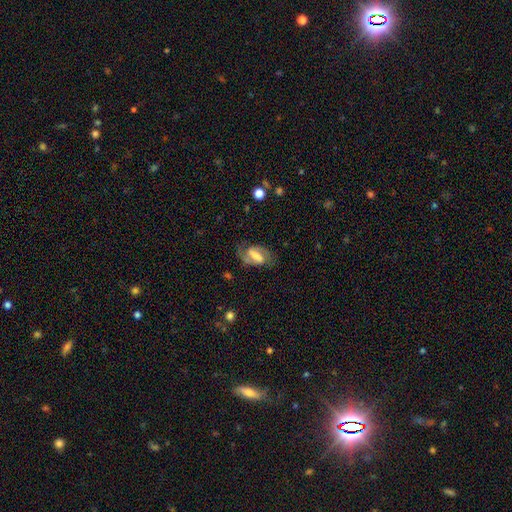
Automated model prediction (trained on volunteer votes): Q: Smooth or featured?
A: featured or disk (71%); runner-up: smooth (22%)
Q: Edge-on disk?
A: no (95%); runner-up: yes (5%)
Q: Bar?
A: strong (54%); runner-up: weak (34%)
Q: Spiral arms?
A: yes (89%); runner-up: no (11%)
Q: Spiral winding?
A: medium (51%); runner-up: tight (26%)
Q: Spiral arm count?
A: 2 (87%); runner-up: can't tell (6%)
Q: Bulge size?
A: moderate (32%); runner-up: small (28%)
Q: Merging?
A: none (69%); runner-up: minor disturbance (18%)